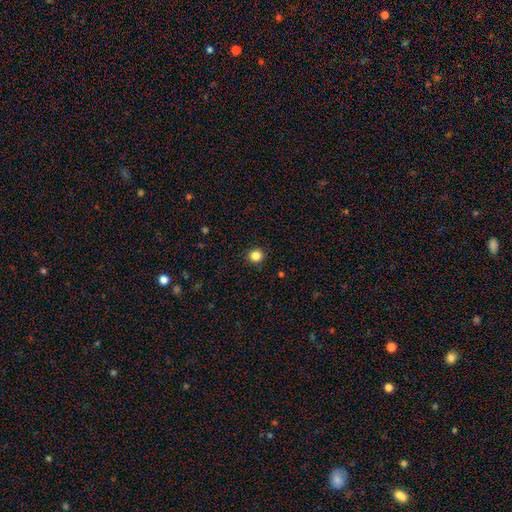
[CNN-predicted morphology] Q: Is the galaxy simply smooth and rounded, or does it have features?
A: smooth — 85%.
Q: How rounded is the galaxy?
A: round — 92%.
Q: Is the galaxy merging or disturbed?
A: none — 92%.